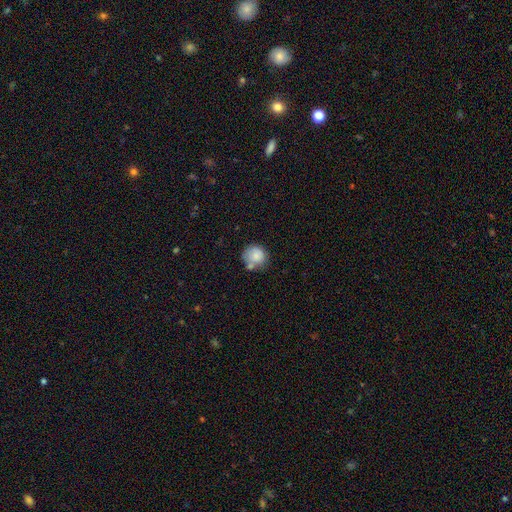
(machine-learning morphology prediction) The model was most divided on "merging": none: 54%, minor disturbance: 20%, merger: 19%, major disturbance: 6%. More confident: how rounded — round (84%); smooth or featured — smooth (81%).